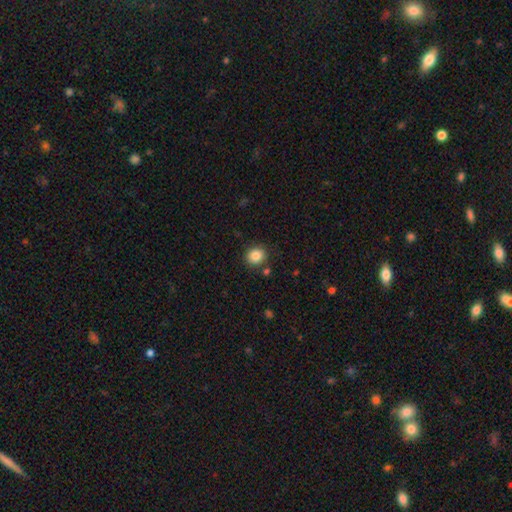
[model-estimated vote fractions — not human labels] Overall: smooth (85%). How rounded: round (80%). Merging: none (86%).